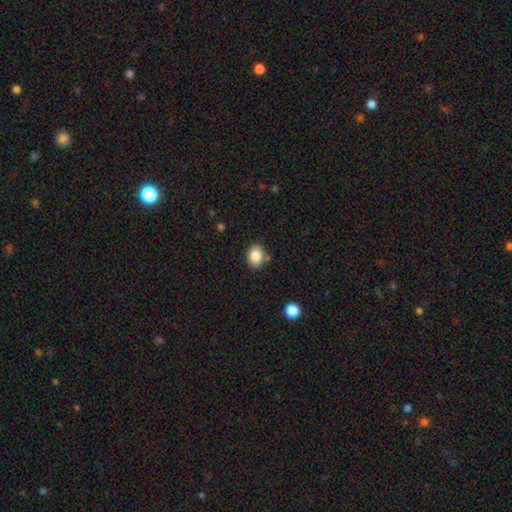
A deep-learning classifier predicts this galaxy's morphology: Q: Smooth or featured?
A: smooth (86%); runner-up: star or artifact (9%)
Q: How rounded?
A: in between (65%); runner-up: round (34%)
Q: Merging?
A: none (82%); runner-up: minor disturbance (11%)